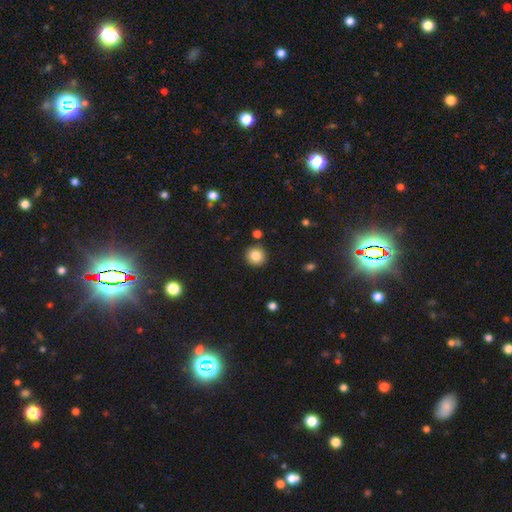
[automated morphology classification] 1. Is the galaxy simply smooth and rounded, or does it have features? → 84% smooth, 10% star or artifact, 6% featured or disk.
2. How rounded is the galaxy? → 92% round, 7% in between, 1% cigar-shaped.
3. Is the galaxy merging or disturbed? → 88% none, 7% minor disturbance, 3% merger, 2% major disturbance.